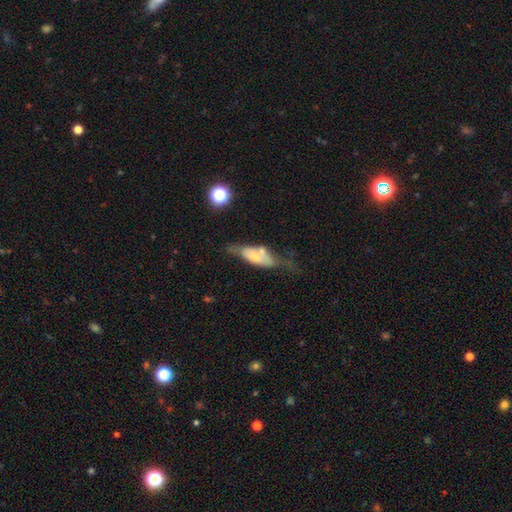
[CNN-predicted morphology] A smooth galaxy with no disk features (53%) that is in between round and cigar-shaped (70%). Merging: none (33%).